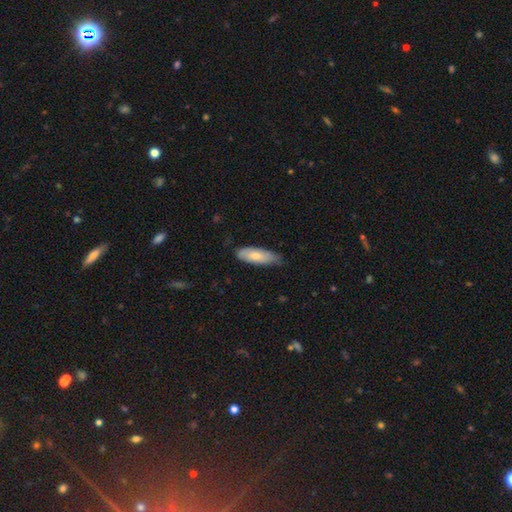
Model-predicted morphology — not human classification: Smooth or featured?
  - smooth: 74% *
  - featured or disk: 21%
  - star or artifact: 5%
How rounded?
  - in between: 69% *
  - cigar-shaped: 30%
  - round: 2%
Merging?
  - none: 59% *
  - minor disturbance: 34%
  - major disturbance: 5%
  - merger: 1%